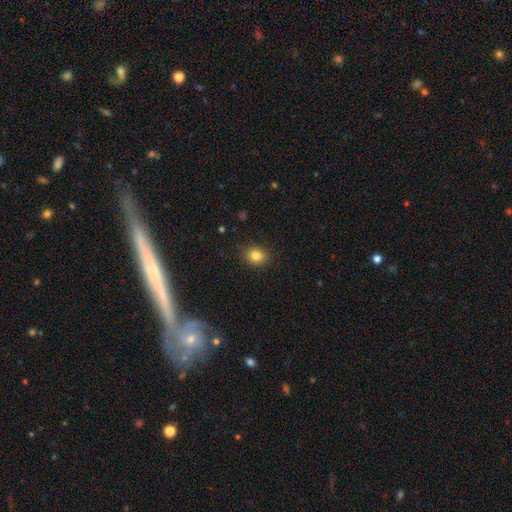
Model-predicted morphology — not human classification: This appears to be a smooth galaxy with no disk features (83%) that is round (58%). Merging: none (87%).